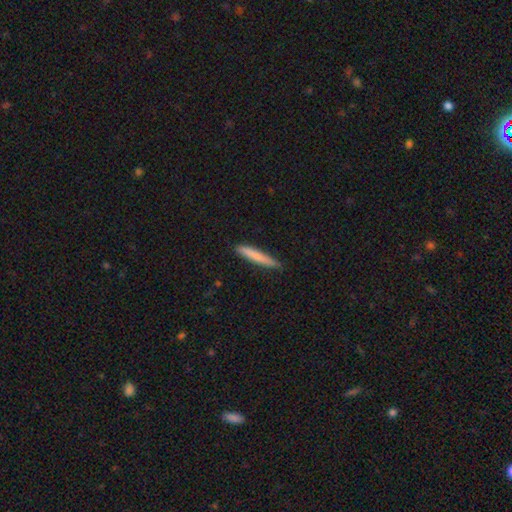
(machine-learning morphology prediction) Q: Smooth or featured?
A: smooth (78%); runner-up: featured or disk (17%)
Q: How rounded?
A: cigar-shaped (95%); runner-up: in between (4%)
Q: Merging?
A: none (85%); runner-up: minor disturbance (12%)